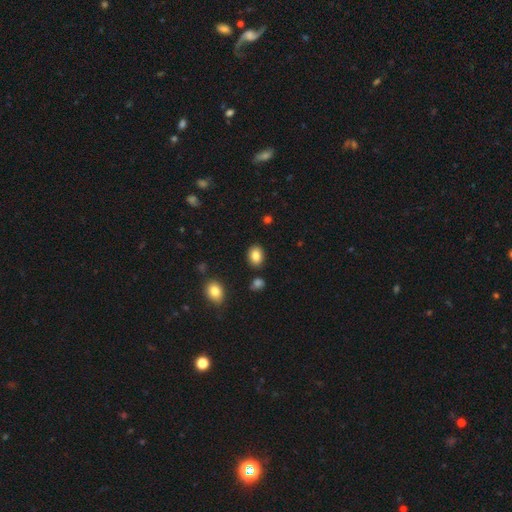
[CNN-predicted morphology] Smooth or featured?
  - smooth: 85% *
  - star or artifact: 9%
  - featured or disk: 6%
How rounded?
  - in between: 60% *
  - round: 39%
  - cigar-shaped: 1%
Merging?
  - none: 87% *
  - minor disturbance: 8%
  - merger: 3%
  - major disturbance: 2%